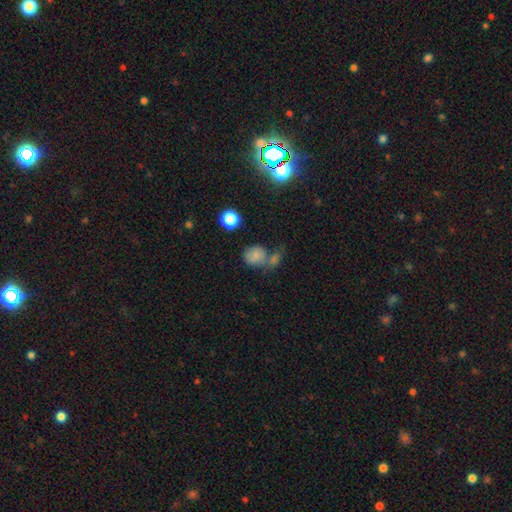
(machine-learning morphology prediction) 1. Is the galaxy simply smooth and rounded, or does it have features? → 72% smooth, 14% star or artifact, 13% featured or disk.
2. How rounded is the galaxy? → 62% round, 37% in between, 1% cigar-shaped.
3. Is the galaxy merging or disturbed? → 39% merger, 38% none, 15% minor disturbance, 8% major disturbance.